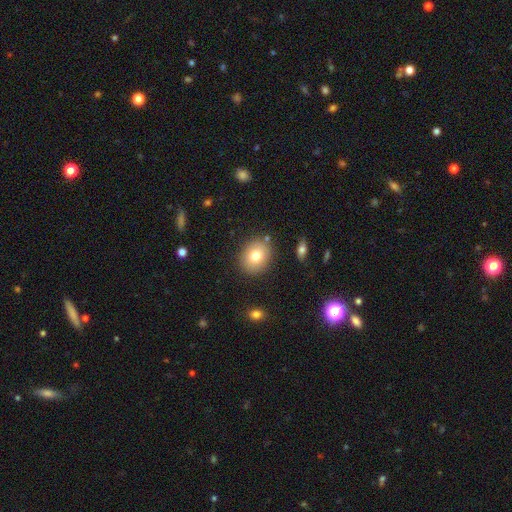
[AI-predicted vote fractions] A smooth galaxy with no disk features (77%) that is round (56%). Merging: none (84%).